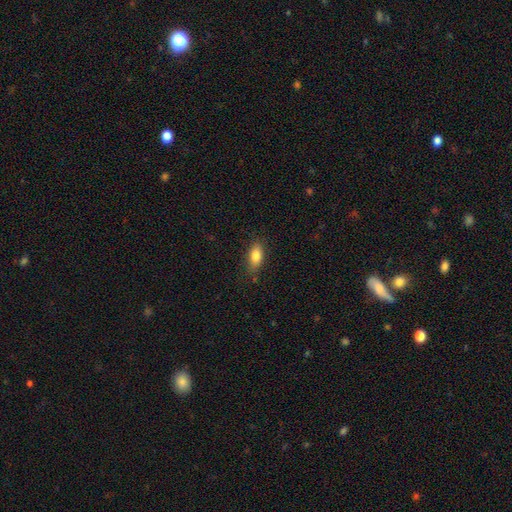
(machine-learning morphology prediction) type=smooth (83%); roundness=in between (86%); merging=none (82%).